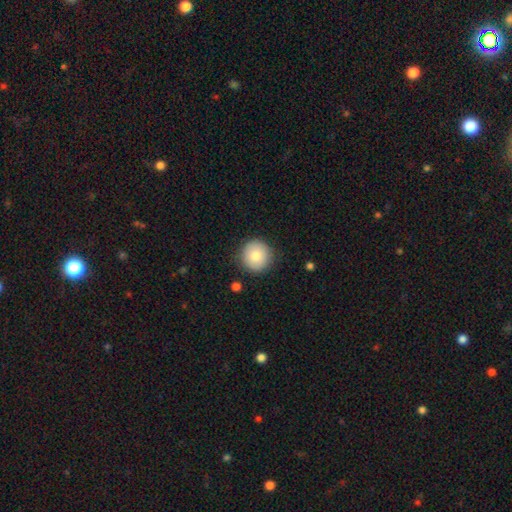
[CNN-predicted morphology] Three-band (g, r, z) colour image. It shows a smooth galaxy with no disk features (81%) that is round (95%). Merging: none (88%).